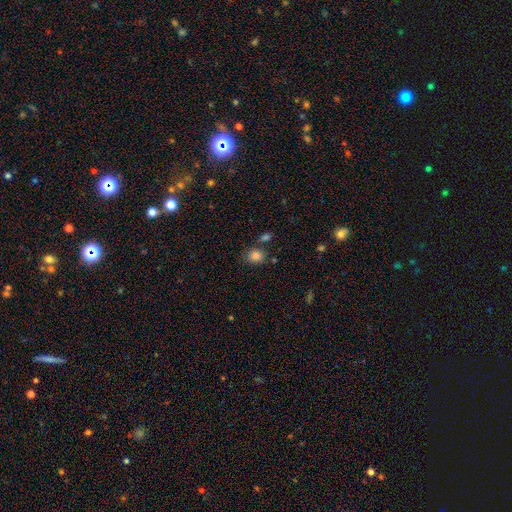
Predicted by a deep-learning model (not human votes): A smooth galaxy with no disk features (84%) that is round (64%).

Vote fractions:
- Smooth or featured? smooth: 84% / star or artifact: 11% / featured or disk: 5%
- How rounded? round: 64% / in between: 35% / cigar-shaped: 1%
- Merging? none: 73% / minor disturbance: 14% / merger: 9% / major disturbance: 4%